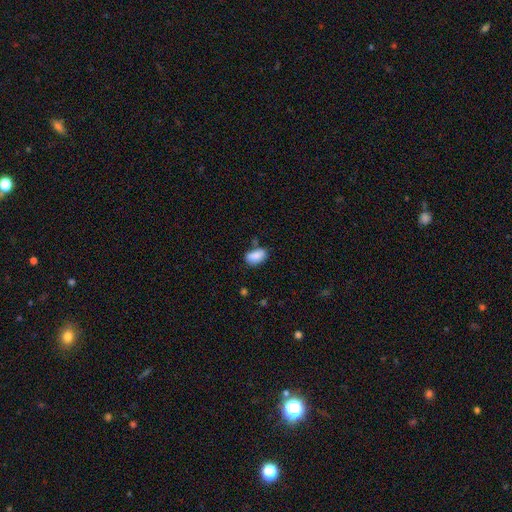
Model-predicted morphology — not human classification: A smooth galaxy with no disk features (86%) that is in between round and cigar-shaped (91%).

Vote fractions:
- Smooth or featured? smooth: 86% / star or artifact: 8% / featured or disk: 6%
- How rounded? in between: 91% / round: 6% / cigar-shaped: 2%
- Merging? none: 64% / minor disturbance: 23% / merger: 8% / major disturbance: 5%